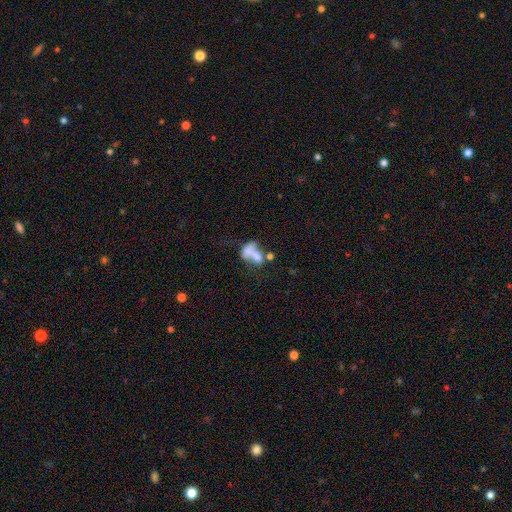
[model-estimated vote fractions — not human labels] A smooth galaxy with no disk features (54%) that is in between round and cigar-shaped (77%).

Vote fractions:
- Smooth or featured? smooth: 54% / featured or disk: 34% / star or artifact: 12%
- How rounded? in between: 77% / round: 18% / cigar-shaped: 5%
- Merging? merger: 61% / major disturbance: 15% / none: 15% / minor disturbance: 9%